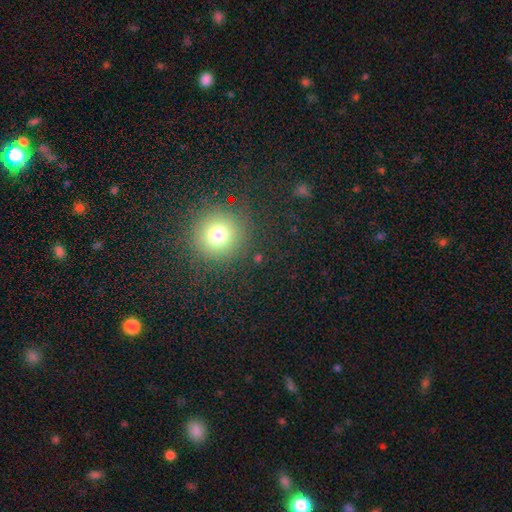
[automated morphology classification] Smooth or featured: smooth — 71% (star or artifact — 23%)
How rounded: round — 94% (in between — 5%)
Merging: none — 91% (minor disturbance — 5%)